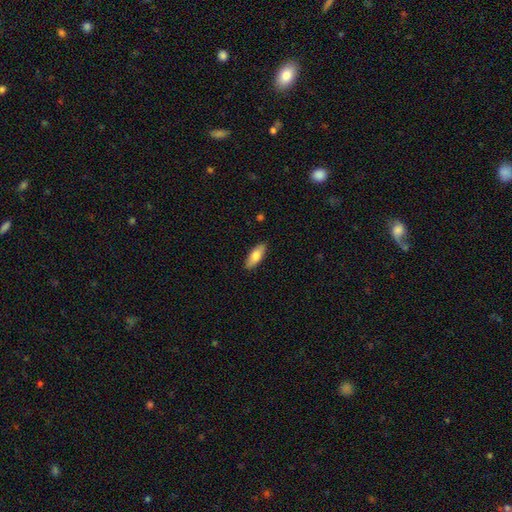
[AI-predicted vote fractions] This is likely a smooth galaxy (76%). How rounded: likely in between (76%). Merging: clearly none (88%).